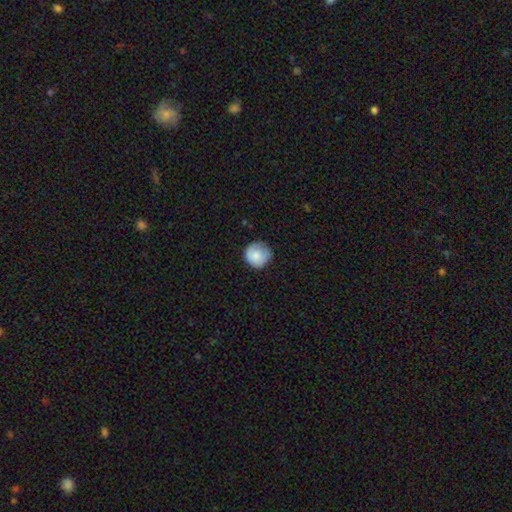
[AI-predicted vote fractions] Smooth or featured? smooth (82%)
How rounded? round (93%)
Merging? none (76%)